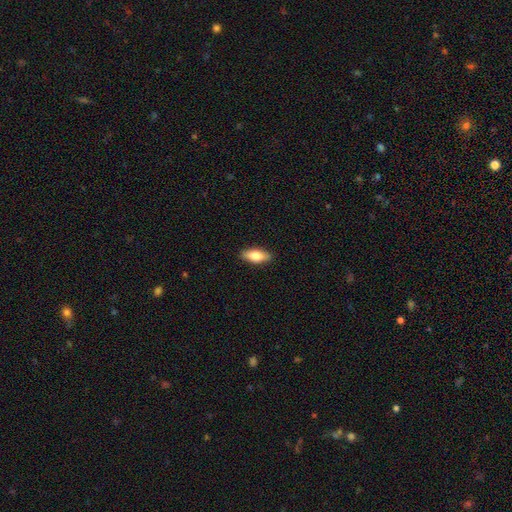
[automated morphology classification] This appears to be a smooth galaxy with no disk features (78%) that is in between round and cigar-shaped (81%). Merging: none (89%).